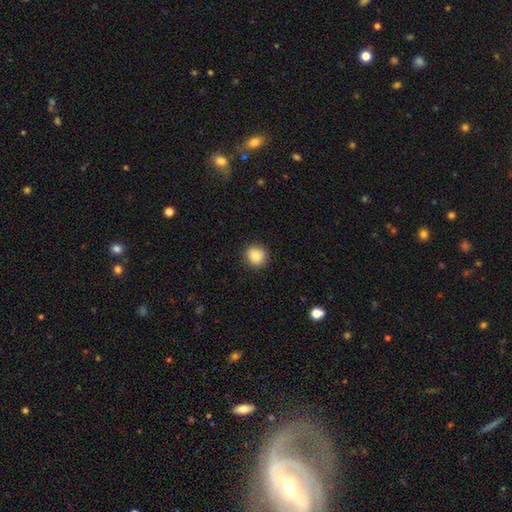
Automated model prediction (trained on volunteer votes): Morphology: type=smooth (85%); roundness=round (89%); merging=none (90%).